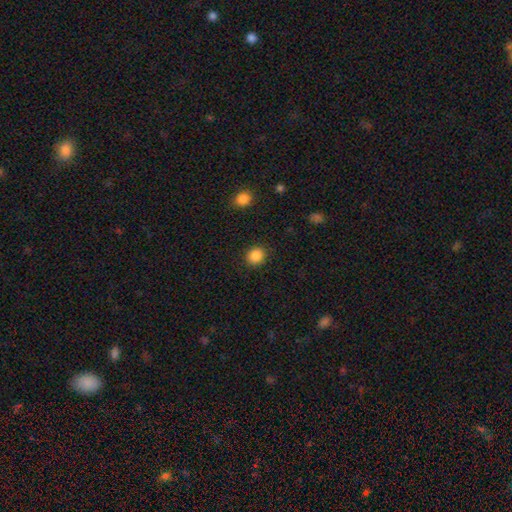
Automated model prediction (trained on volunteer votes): smooth_or_featured: smooth (p=0.87) [alt: star or artifact p=0.10]
how_rounded: round (p=0.83) [alt: in between p=0.17]
merging: none (p=0.90) [alt: minor disturbance p=0.06]